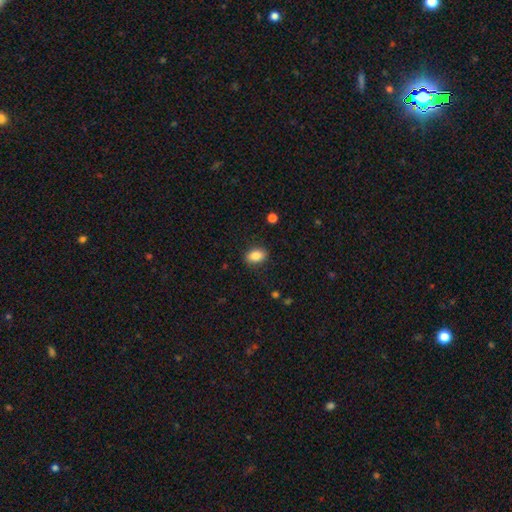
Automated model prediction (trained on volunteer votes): A smooth galaxy with no disk features (85%) that is in between round and cigar-shaped (83%).

Vote fractions:
- Smooth or featured? smooth: 85% / star or artifact: 8% / featured or disk: 7%
- How rounded? in between: 83% / round: 15% / cigar-shaped: 2%
- Merging? none: 86% / minor disturbance: 10% / major disturbance: 3% / merger: 1%